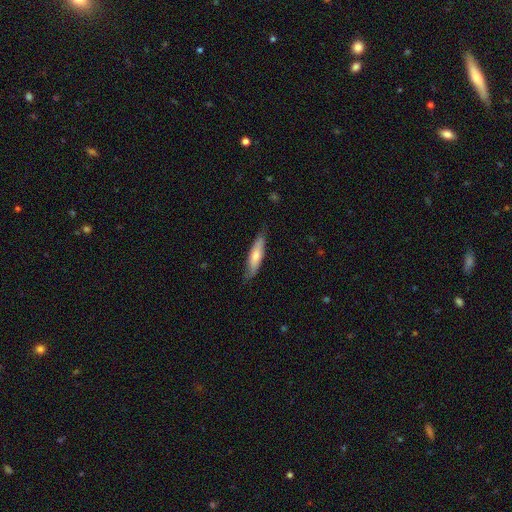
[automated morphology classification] Smooth or featured?
  - smooth: 65% *
  - featured or disk: 30%
  - star or artifact: 5%
How rounded?
  - cigar-shaped: 68% *
  - in between: 30%
  - round: 2%
Merging?
  - none: 79% *
  - minor disturbance: 17%
  - major disturbance: 3%
  - merger: 1%